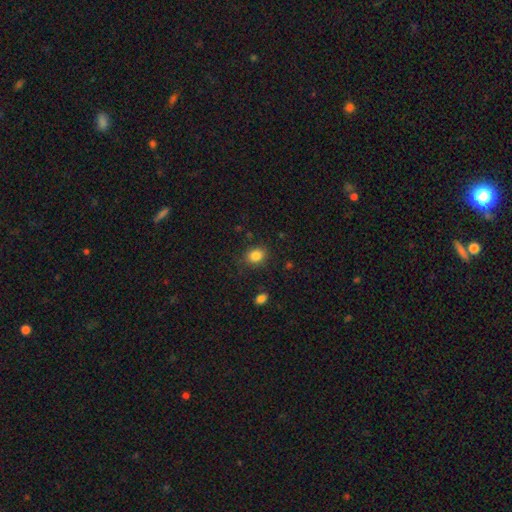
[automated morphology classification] A smooth galaxy with no disk features (85%) that is in between round and cigar-shaped (50%).

Vote fractions:
- Smooth or featured? smooth: 85% / star or artifact: 10% / featured or disk: 5%
- How rounded? in between: 50% / round: 49% / cigar-shaped: 1%
- Merging? none: 83% / minor disturbance: 12% / major disturbance: 3% / merger: 2%